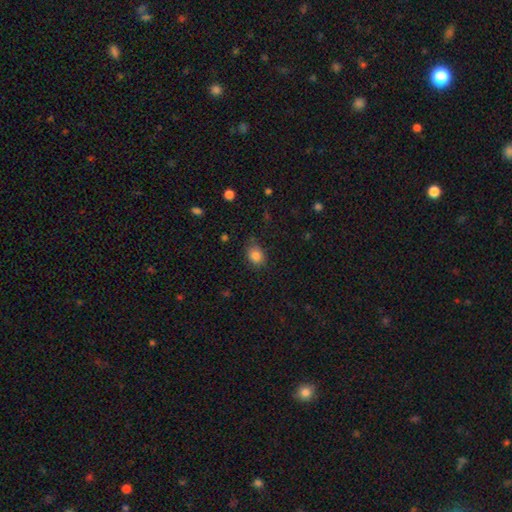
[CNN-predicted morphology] A smooth galaxy with no disk features (84%) that is in between round and cigar-shaped (50%).

Vote fractions:
- Smooth or featured? smooth: 84% / star or artifact: 10% / featured or disk: 5%
- How rounded? in between: 50% / round: 49% / cigar-shaped: 1%
- Merging? none: 78% / minor disturbance: 17% / major disturbance: 4% / merger: 2%